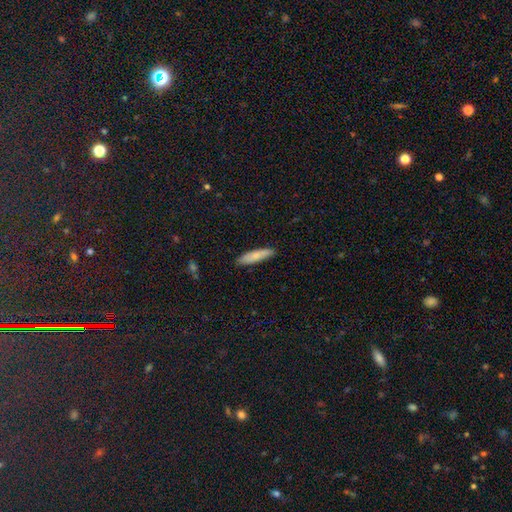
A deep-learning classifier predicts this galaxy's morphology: smooth-or-featured: smooth: 79% | featured or disk: 15% | star or artifact: 6%
  how-rounded: cigar-shaped: 78% | in between: 20% | round: 2%
  merging: none: 88% | minor disturbance: 9% | major disturbance: 2% | merger: 1%